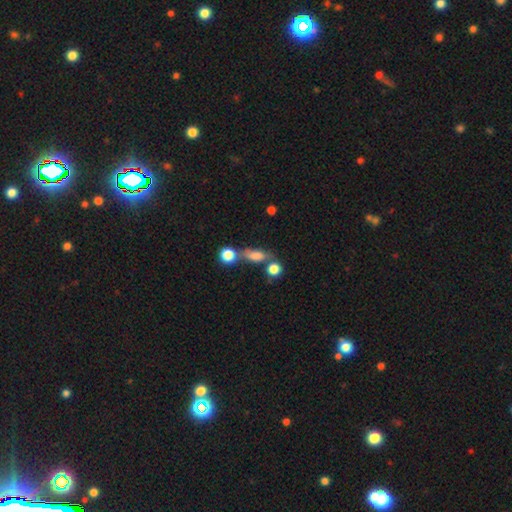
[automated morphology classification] Overall: smooth (67%). How rounded: in between (56%; cigar-shaped 26%). Merging: none (47%; merger 27%).